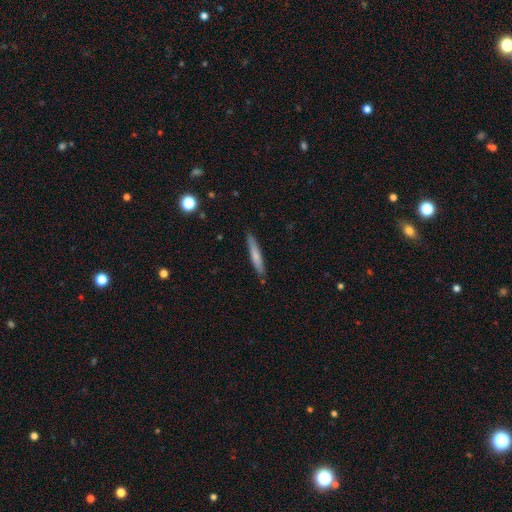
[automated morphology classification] A smooth galaxy with no disk features (67%) that is cigar-shaped (94%). Merging: none (87%).